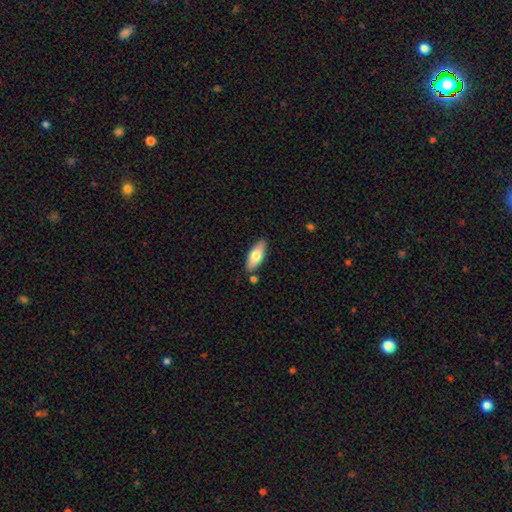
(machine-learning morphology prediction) Smooth or featured: smooth — 74% (featured or disk — 20%)
How rounded: in between — 81% (cigar-shaped — 17%)
Merging: none — 83% (minor disturbance — 11%)